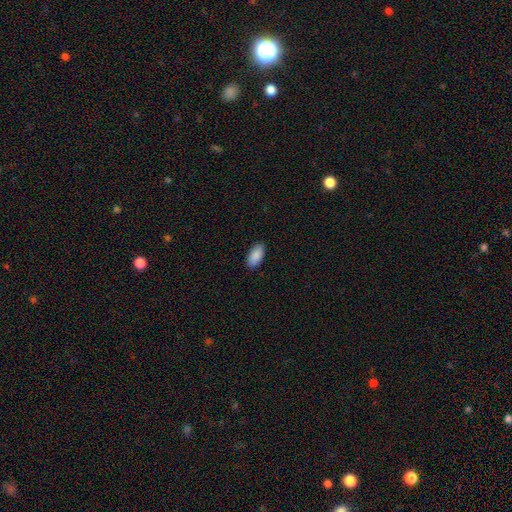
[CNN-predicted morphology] Smooth or featured: smooth — 90% (star or artifact — 6%)
How rounded: in between — 94% (cigar-shaped — 4%)
Merging: none — 88% (minor disturbance — 9%)